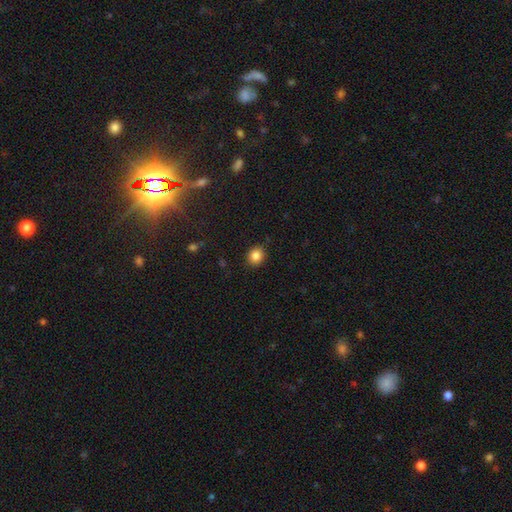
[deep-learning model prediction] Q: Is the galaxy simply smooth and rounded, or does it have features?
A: smooth — 85%.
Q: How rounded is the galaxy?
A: round — 75%.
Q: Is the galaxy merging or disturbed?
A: none — 88%.